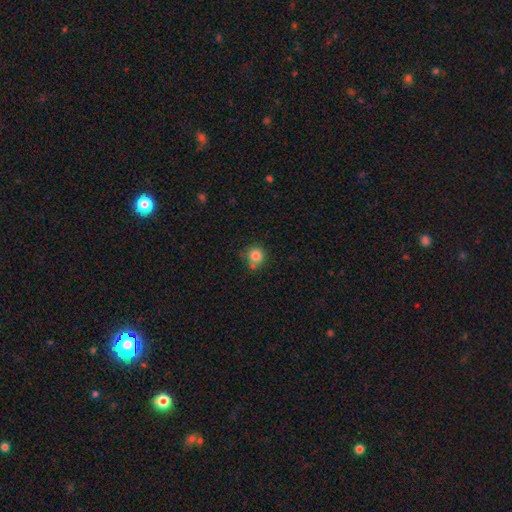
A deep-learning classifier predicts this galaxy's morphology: type=smooth (83%); roundness=round (91%); merging=none (68%).